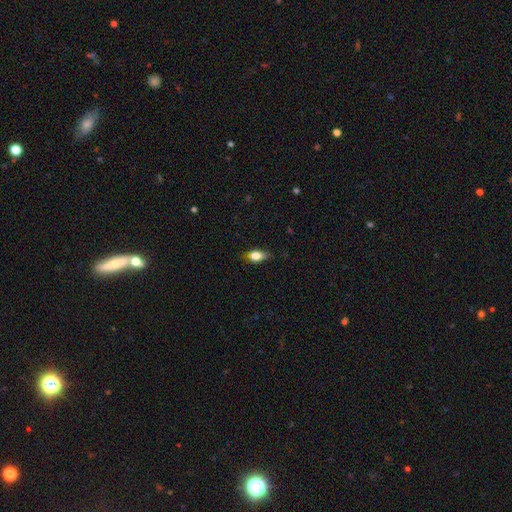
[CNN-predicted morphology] This is likely a smooth galaxy (80%). How rounded: clearly in between (83%). Merging: likely none (68%).